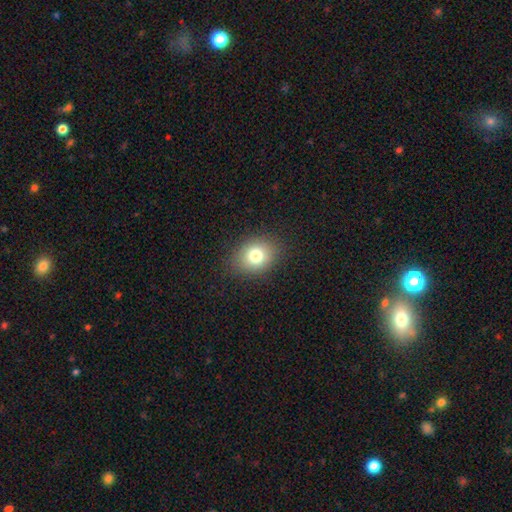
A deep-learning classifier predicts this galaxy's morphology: Smooth or featured?
  - smooth: 78% *
  - star or artifact: 12%
  - featured or disk: 11%
How rounded?
  - in between: 50% *
  - round: 49%
  - cigar-shaped: 1%
Merging?
  - none: 86% *
  - minor disturbance: 10%
  - major disturbance: 3%
  - merger: 1%